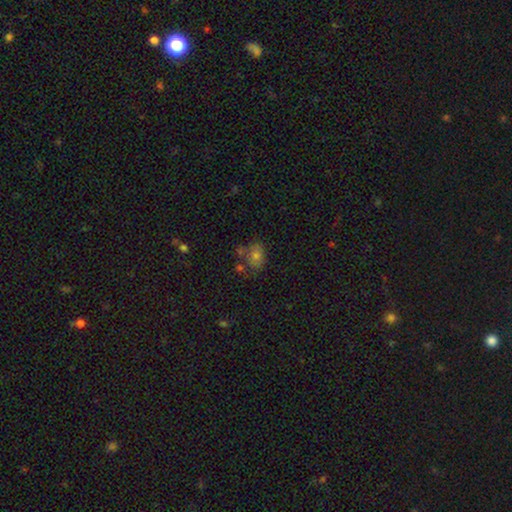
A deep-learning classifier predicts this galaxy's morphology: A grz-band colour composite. It shows a smooth galaxy with no disk features (69%) that is in between round and cigar-shaped (60%). Merging: none (58%).